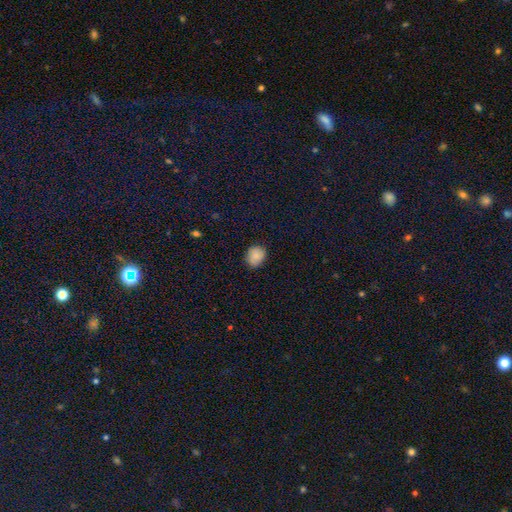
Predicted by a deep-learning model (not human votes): Smooth or featured? Predicted: smooth (p=0.83). How rounded? Predicted: round (p=0.63). Merging? Predicted: none (p=0.78).